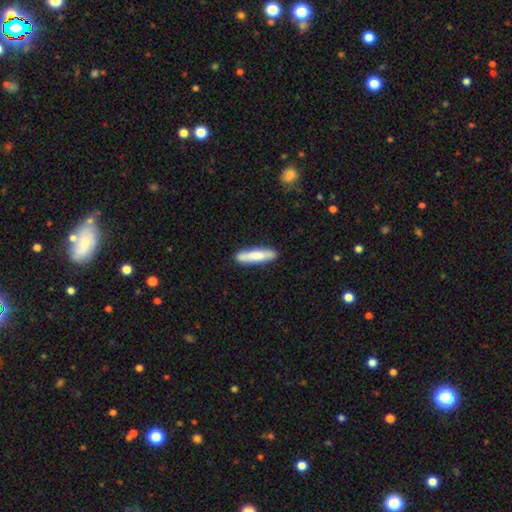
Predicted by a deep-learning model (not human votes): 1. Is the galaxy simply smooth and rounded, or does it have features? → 72% smooth, 23% featured or disk, 5% star or artifact.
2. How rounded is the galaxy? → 83% cigar-shaped, 16% in between, 1% round.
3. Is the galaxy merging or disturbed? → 86% none, 11% minor disturbance, 2% major disturbance, 2% merger.